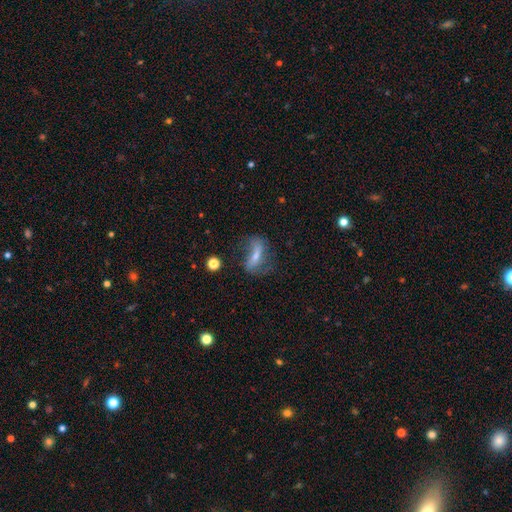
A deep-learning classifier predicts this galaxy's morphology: The model was most divided on "smooth or featured": smooth: 46%, featured or disk: 44%, star or artifact: 11%. Remaining: merging — none (44%).